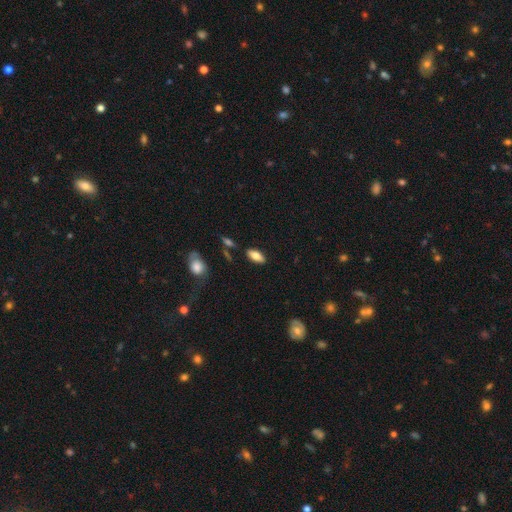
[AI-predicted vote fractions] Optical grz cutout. It shows a smooth galaxy with no disk features (77%) that is in between round and cigar-shaped (87%). Merging: none (84%).